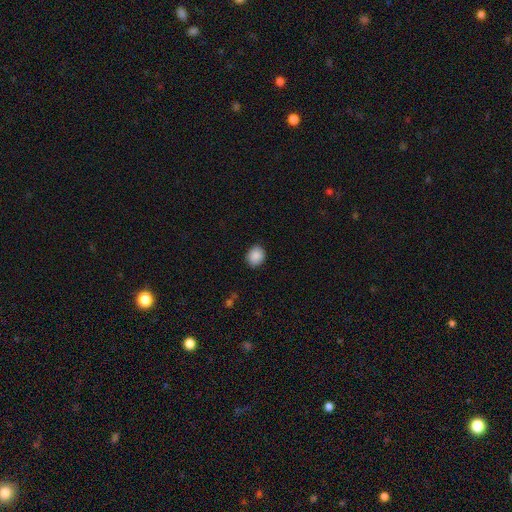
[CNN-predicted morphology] This appears to be a smooth galaxy with no disk features (89%) that is round (58%). Merging: none (87%).